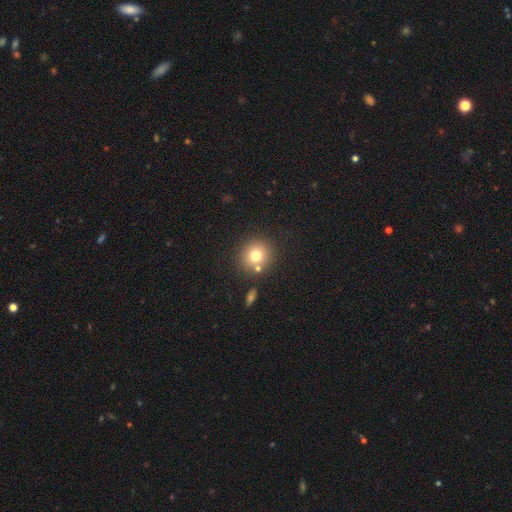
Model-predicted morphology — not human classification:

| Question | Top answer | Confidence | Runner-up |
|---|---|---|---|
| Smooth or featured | smooth | 75% | star or artifact (13%) |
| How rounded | round | 89% | in between (10%) |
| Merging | none | 76% | merger (12%) |